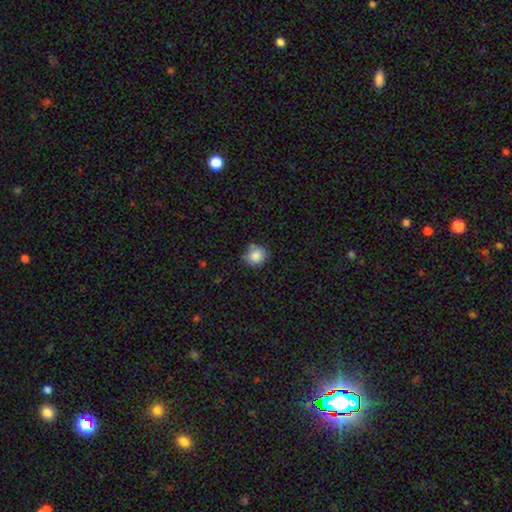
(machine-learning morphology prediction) smooth-or-featured: smooth: 85% | star or artifact: 9% | featured or disk: 6%
  how-rounded: round: 79% | in between: 20% | cigar-shaped: 1%
  merging: none: 74% | minor disturbance: 18% | merger: 4% | major disturbance: 3%